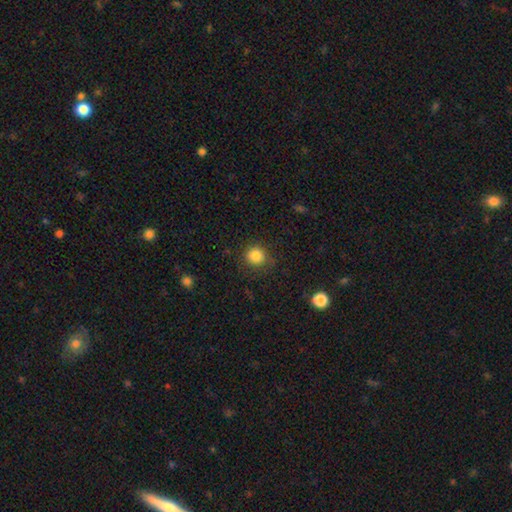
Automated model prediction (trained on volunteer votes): A smooth galaxy with no disk features (84%) that is round (90%).

Vote fractions:
- Smooth or featured? smooth: 84% / star or artifact: 12% / featured or disk: 5%
- How rounded? round: 90% / in between: 9% / cigar-shaped: 1%
- Merging? none: 81% / minor disturbance: 13% / major disturbance: 4% / merger: 1%